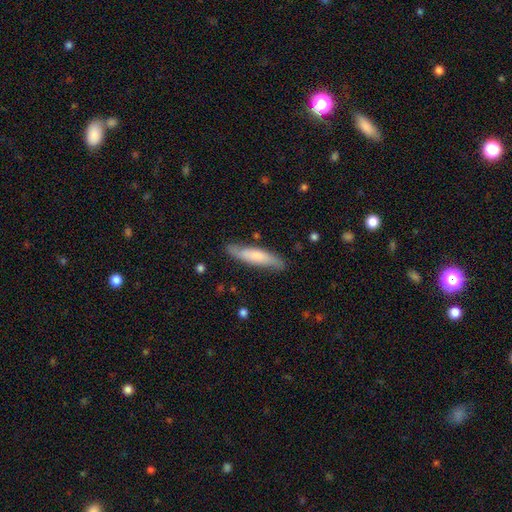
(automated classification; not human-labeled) Smooth or featured: smooth — 61% (featured or disk — 33%)
How rounded: cigar-shaped — 80% (in between — 19%)
Merging: none — 81% (minor disturbance — 14%)